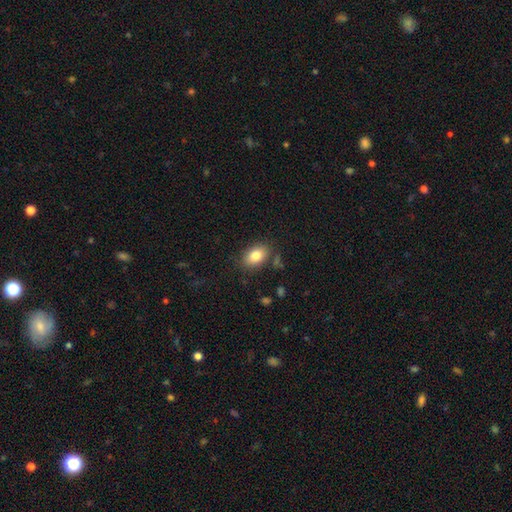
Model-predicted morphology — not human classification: Smooth or featured?
  - smooth: 83% *
  - featured or disk: 9%
  - star or artifact: 8%
How rounded?
  - in between: 84% *
  - round: 15%
  - cigar-shaped: 1%
Merging?
  - none: 82% *
  - minor disturbance: 12%
  - major disturbance: 3%
  - merger: 3%